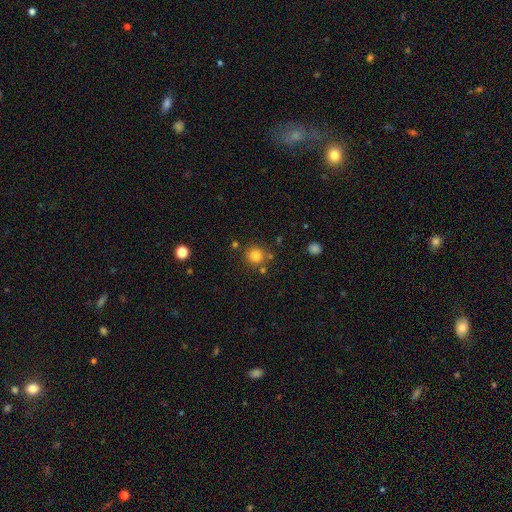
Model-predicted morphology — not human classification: Smooth or featured? smooth (81%)
How rounded? round (92%)
Merging? none (80%)